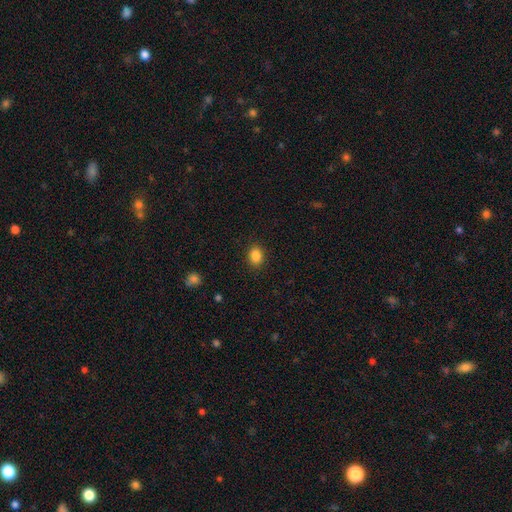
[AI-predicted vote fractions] Q: Smooth or featured?
A: smooth (85%); runner-up: star or artifact (10%)
Q: How rounded?
A: in between (56%); runner-up: round (43%)
Q: Merging?
A: none (89%); runner-up: minor disturbance (7%)